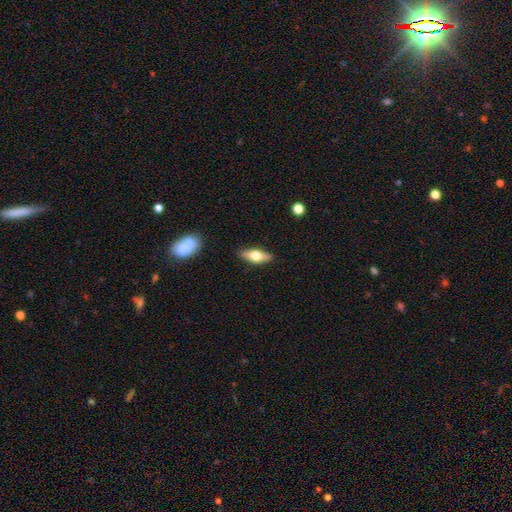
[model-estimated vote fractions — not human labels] A smooth galaxy with no disk features (47%).

Vote fractions:
- Smooth or featured? smooth: 47% / featured or disk: 46% / star or artifact: 6%
- Merging? none: 87% / minor disturbance: 9% / major disturbance: 2% / merger: 1%